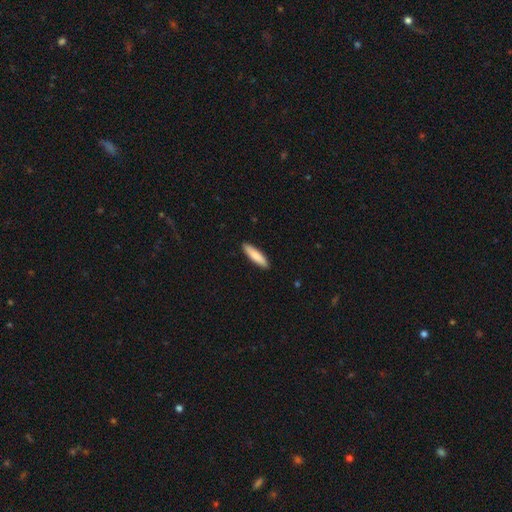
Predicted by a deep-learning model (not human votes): This is clearly a smooth galaxy (83%). How rounded: likely cigar-shaped (77%). Merging: clearly none (91%).